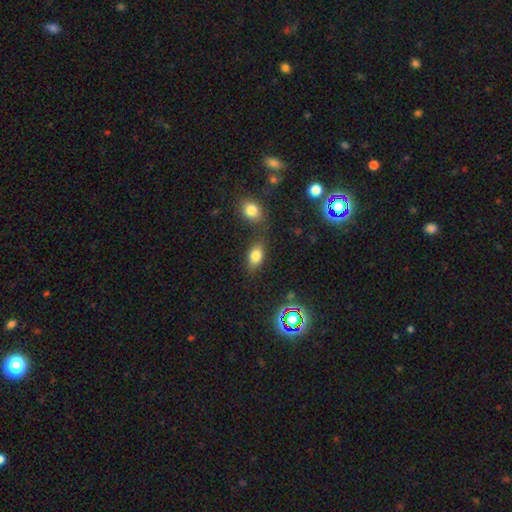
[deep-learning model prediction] A smooth galaxy with no disk features (77%) that is in between round and cigar-shaped (81%). Merging: none (71%).